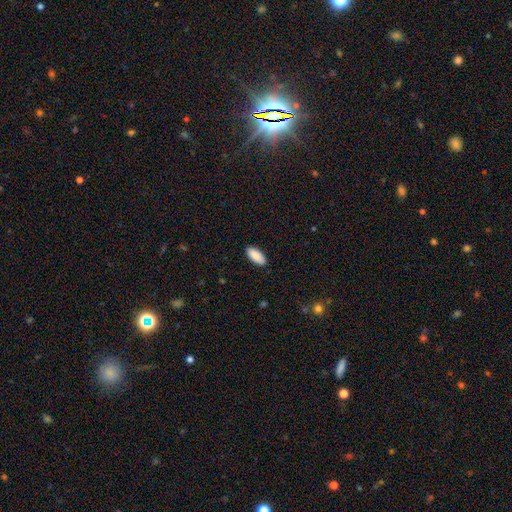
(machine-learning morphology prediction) The model was most divided on "how rounded": in between: 89%, cigar-shaped: 9%, round: 2%. More confident: smooth or featured — smooth (90%); merging — none (89%).